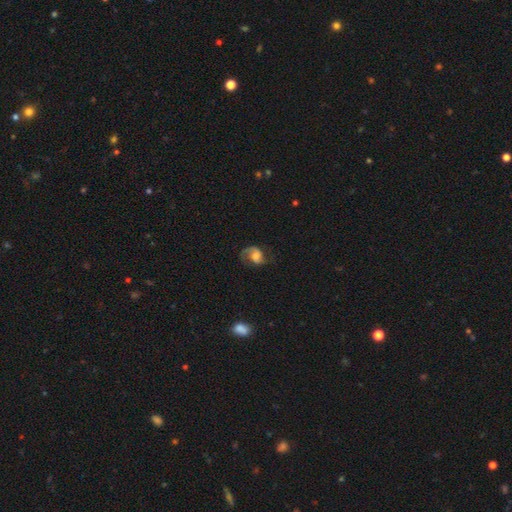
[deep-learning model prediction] A featured or disk galaxy (66%) with no bar (57%), 2 (70%) medium (44%) spiral arms (92%) and a moderate central bulge (46%).

Vote fractions:
- Smooth or featured? featured or disk: 66% / smooth: 25% / star or artifact: 8%
- Edge-on disk? no: 97% / yes: 3%
- Bar? no: 57% / weak: 34% / strong: 9%
- Spiral arms? yes: 92% / no: 8%
- Spiral winding? medium: 44% / loose: 42% / tight: 14%
- Spiral arm count? 2: 70% / 1: 23% / can't tell: 4% / 3: 1% / 4: 1% / more than 4: 1%
- Bulge size? moderate: 46% / small: 25% / large: 18% / none: 8% / dominant: 3%
- Merging? none: 58% / minor disturbance: 21% / major disturbance: 19% / merger: 2%